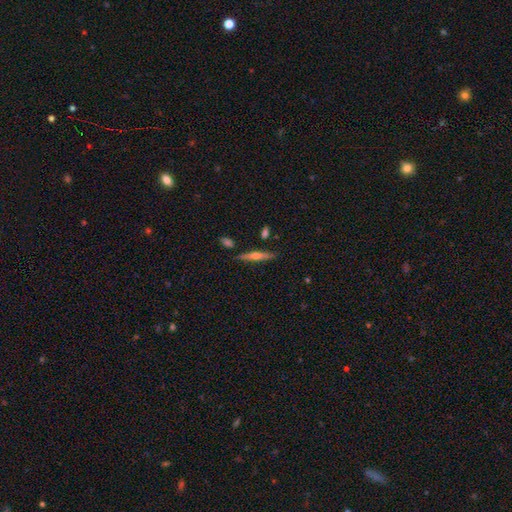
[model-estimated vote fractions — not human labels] smooth_or_featured: featured or disk (p=0.58) [alt: smooth p=0.35]
disk_edge_on: yes (p=0.95) [alt: no p=0.05]
edge_on_bulge: rounded (p=0.82) [alt: none p=0.11]
merging: none (p=0.81) [alt: minor disturbance p=0.12]